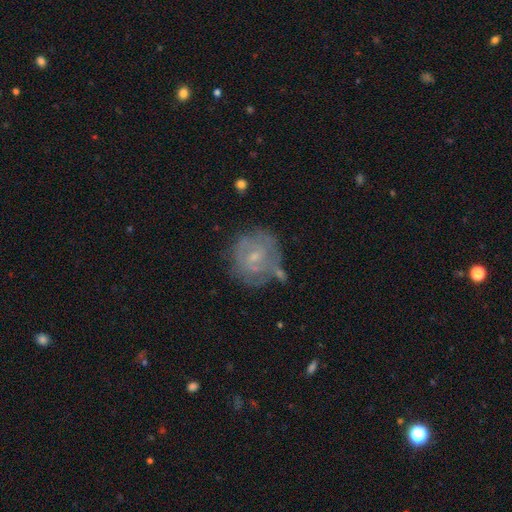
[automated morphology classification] Overall: featured or disk (64%; smooth 26%). Edge-on disk: no (97%). Bar: weak (46%; no 45%). Spiral arms: yes (65%; no 35%). Bulge size: small (65%; moderate 25%). Merging: none (64%).